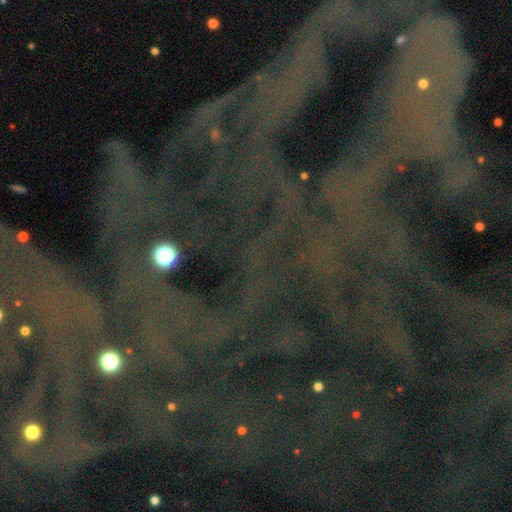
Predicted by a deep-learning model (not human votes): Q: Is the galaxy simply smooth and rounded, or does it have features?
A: star or artifact — 85%.